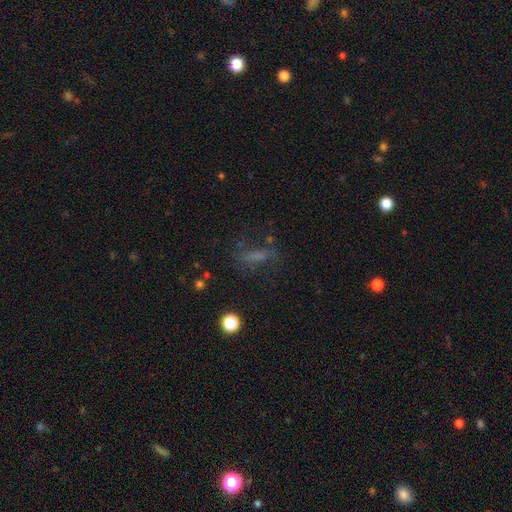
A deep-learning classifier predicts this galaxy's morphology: type=smooth (43%); merging=none (57%).